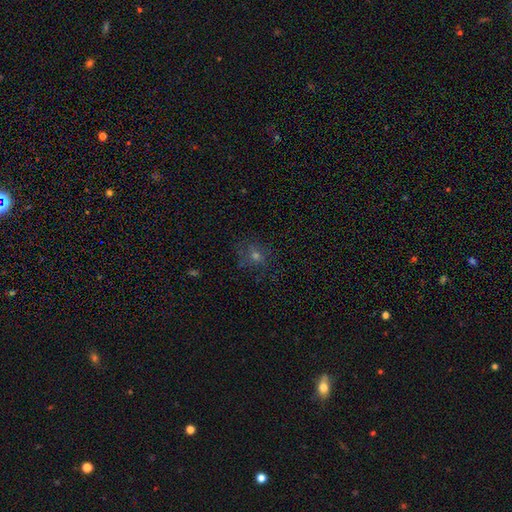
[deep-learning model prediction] This appears to be a smooth galaxy with no disk features (46%). Merging: none (72%).